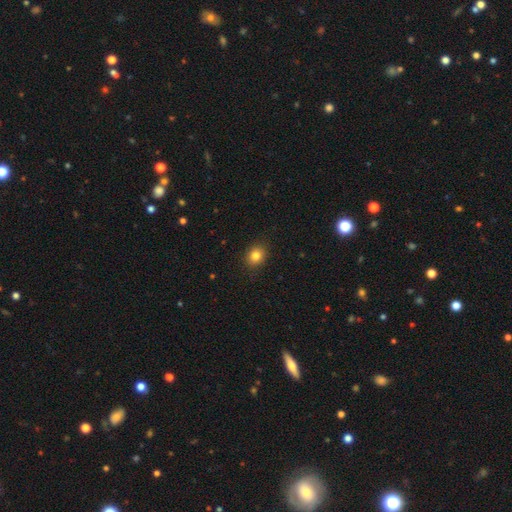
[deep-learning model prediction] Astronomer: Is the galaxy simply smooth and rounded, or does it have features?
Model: smooth — 83%.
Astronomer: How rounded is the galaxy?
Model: round — 64%.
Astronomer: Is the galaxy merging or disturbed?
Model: none — 89%.